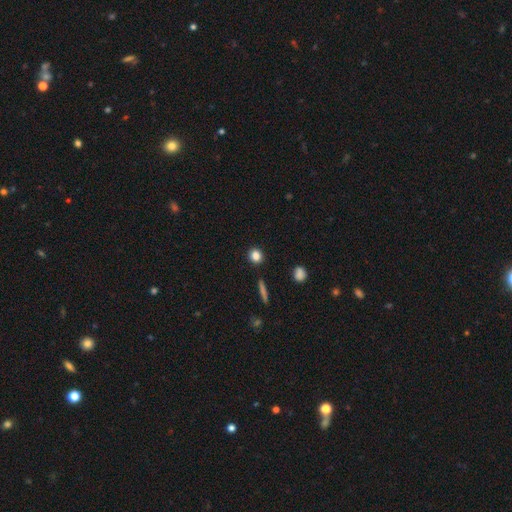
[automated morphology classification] Smooth or featured: smooth — 84% (star or artifact — 11%)
How rounded: round — 84% (in between — 14%)
Merging: none — 90% (minor disturbance — 6%)